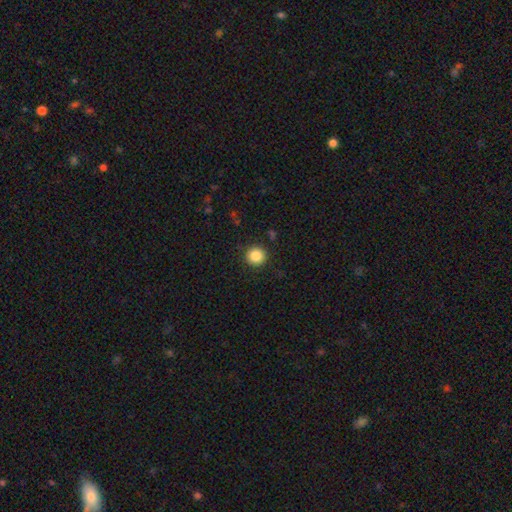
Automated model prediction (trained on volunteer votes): The model was most divided on "smooth or featured": smooth: 86%, star or artifact: 10%, featured or disk: 4%. More confident: how rounded — round (95%); merging — none (91%).